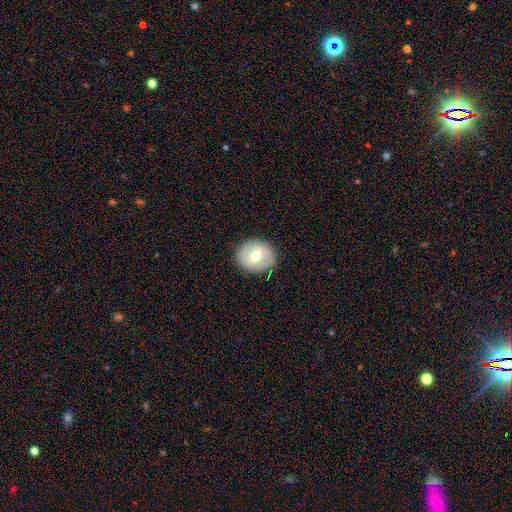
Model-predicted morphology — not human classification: A smooth galaxy with no disk features (53%) that is round (75%). Merging: none (86%).